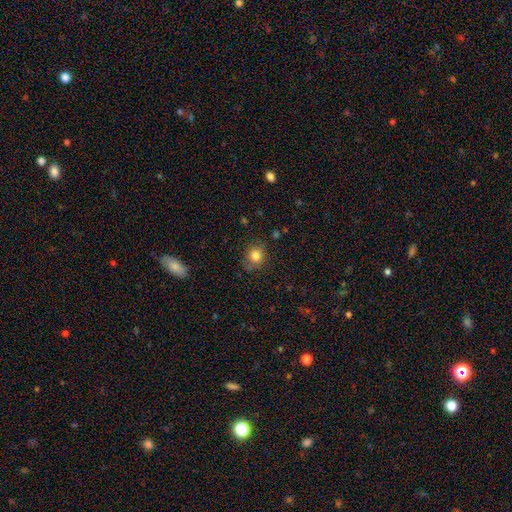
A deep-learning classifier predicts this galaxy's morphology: smooth-or-featured: smooth: 82% | star or artifact: 11% | featured or disk: 7%
  how-rounded: round: 77% | in between: 22% | cigar-shaped: 1%
  merging: none: 79% | minor disturbance: 15% | major disturbance: 4% | merger: 2%